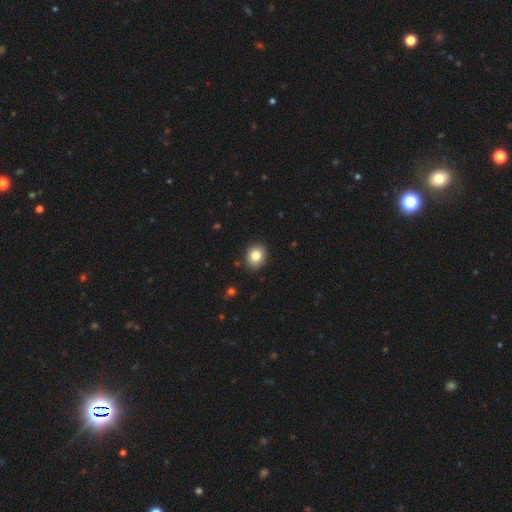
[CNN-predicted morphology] A smooth galaxy with no disk features (82%) that is round (64%).

Vote fractions:
- Smooth or featured? smooth: 82% / star or artifact: 10% / featured or disk: 8%
- How rounded? round: 64% / in between: 35% / cigar-shaped: 1%
- Merging? none: 89% / minor disturbance: 7% / major disturbance: 2% / merger: 1%